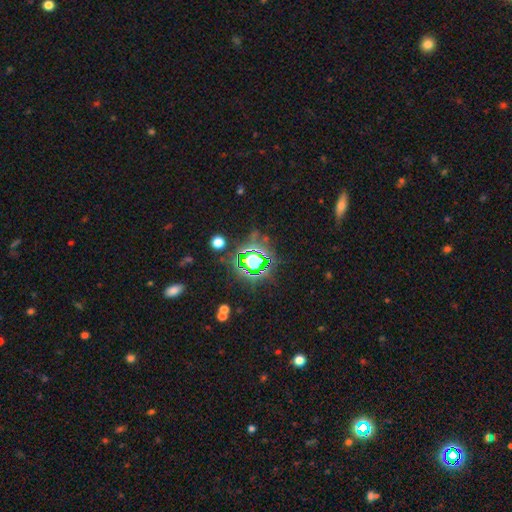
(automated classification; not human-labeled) smooth_or_featured: star or artifact (p=0.71) [alt: smooth p=0.18]